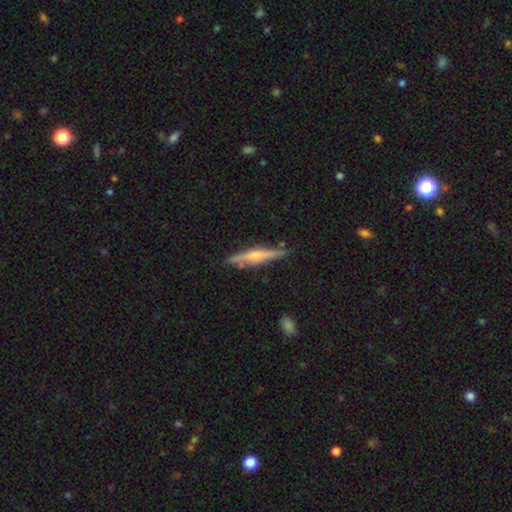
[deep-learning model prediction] Smooth or featured: featured or disk — 65% (smooth — 29%)
Edge-on disk: yes — 96% (no — 4%)
Edge-on bulge: rounded — 82% (none — 9%)
Merging: none — 83% (minor disturbance — 13%)